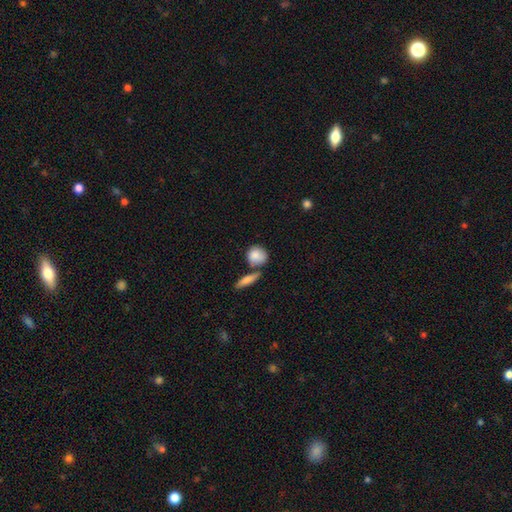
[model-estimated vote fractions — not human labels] Smooth or featured?
  - smooth: 84% *
  - featured or disk: 9%
  - star or artifact: 7%
How rounded?
  - round: 75% *
  - in between: 22%
  - cigar-shaped: 4%
Merging?
  - none: 60% *
  - merger: 21%
  - minor disturbance: 15%
  - major disturbance: 4%